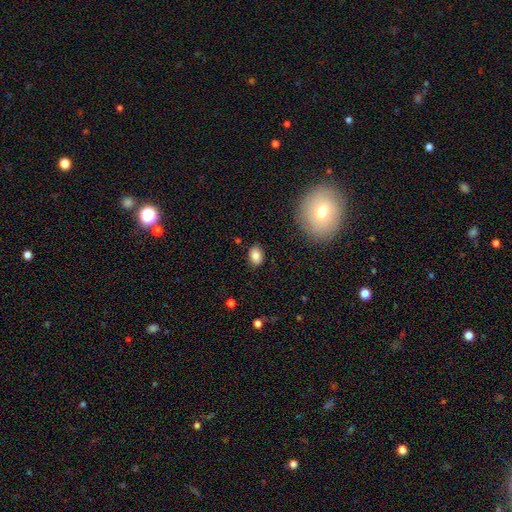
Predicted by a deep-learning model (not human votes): smooth-or-featured: smooth: 83% | star or artifact: 9% | featured or disk: 8%
  how-rounded: in between: 79% | round: 19% | cigar-shaped: 1%
  merging: none: 85% | minor disturbance: 11% | major disturbance: 3% | merger: 2%